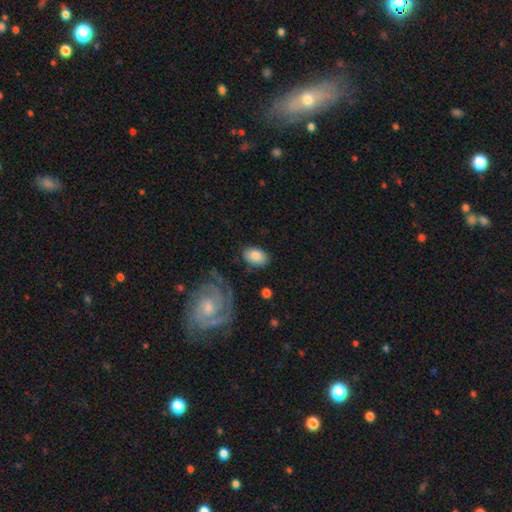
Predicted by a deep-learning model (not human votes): A smooth galaxy with no disk features (79%) that is in between round and cigar-shaped (85%).

Vote fractions:
- Smooth or featured? smooth: 79% / featured or disk: 15% / star or artifact: 6%
- How rounded? in between: 85% / round: 13% / cigar-shaped: 1%
- Merging? none: 79% / minor disturbance: 13% / major disturbance: 5% / merger: 3%